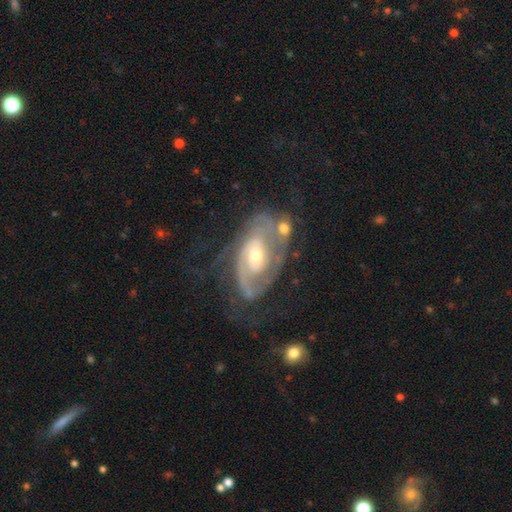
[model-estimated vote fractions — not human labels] smooth-or-featured: featured or disk: 87% | smooth: 8% | star or artifact: 5%
  disk-edge-on: no: 96% | yes: 4%
    bar: no: 59% | weak: 31% | strong: 10%
    has-spiral-arms: yes: 94% | no: 6%
      spiral-winding: tight: 60% | medium: 31% | loose: 9%
      spiral-arm-count: 2: 45% | can't tell: 26% | 3: 12% | 1: 10% | 4: 4% | more than 4: 3%
    bulge-size: moderate: 49% | small: 46% | large: 3% | none: 1% | dominant: 1%
  merging: none: 52% | minor disturbance: 21% | major disturbance: 18% | merger: 8%